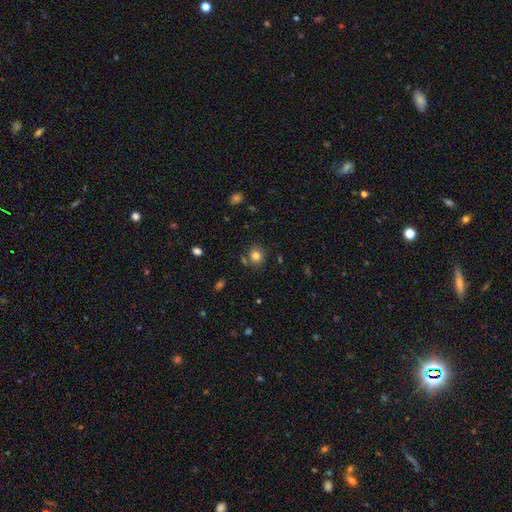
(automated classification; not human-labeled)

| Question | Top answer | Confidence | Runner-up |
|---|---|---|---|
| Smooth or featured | smooth | 82% | star or artifact (12%) |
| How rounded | round | 85% | in between (14%) |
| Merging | none | 76% | minor disturbance (11%) |